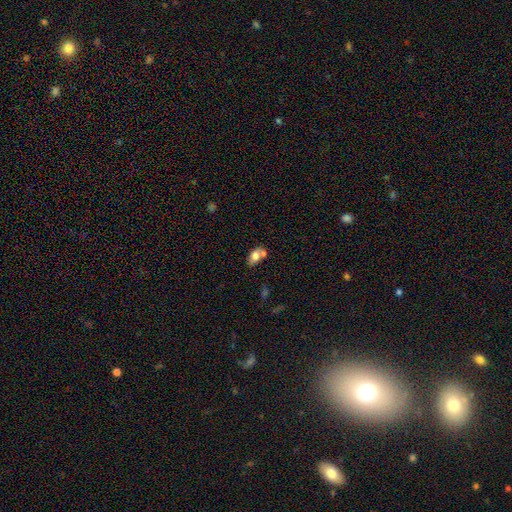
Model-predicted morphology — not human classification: A smooth galaxy with no disk features (74%) that is in between round and cigar-shaped (87%). Merging: none (47%).